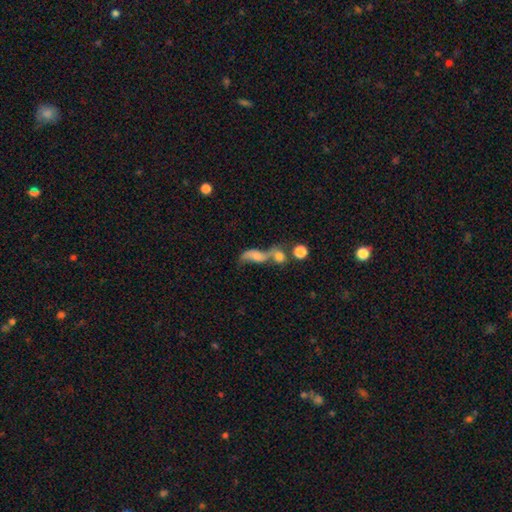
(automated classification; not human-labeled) Q: Smooth or featured?
A: smooth (49%); runner-up: featured or disk (38%)
Q: Merging?
A: merger (62%); runner-up: none (16%)